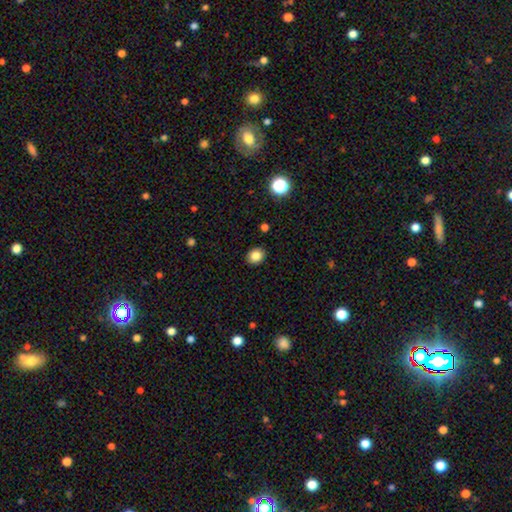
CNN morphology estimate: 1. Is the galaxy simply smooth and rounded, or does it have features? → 84% smooth, 11% star or artifact, 6% featured or disk.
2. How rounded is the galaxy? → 62% round, 37% in between, 1% cigar-shaped.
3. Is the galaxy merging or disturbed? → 90% none, 7% minor disturbance, 2% major disturbance, 1% merger.